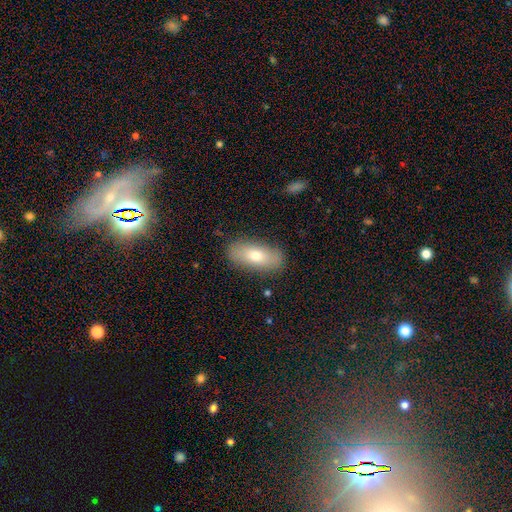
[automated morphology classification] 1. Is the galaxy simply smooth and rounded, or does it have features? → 70% smooth, 23% featured or disk, 7% star or artifact.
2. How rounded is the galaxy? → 82% in between, 14% cigar-shaped, 4% round.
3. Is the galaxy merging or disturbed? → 85% none, 11% minor disturbance, 3% major disturbance, 1% merger.